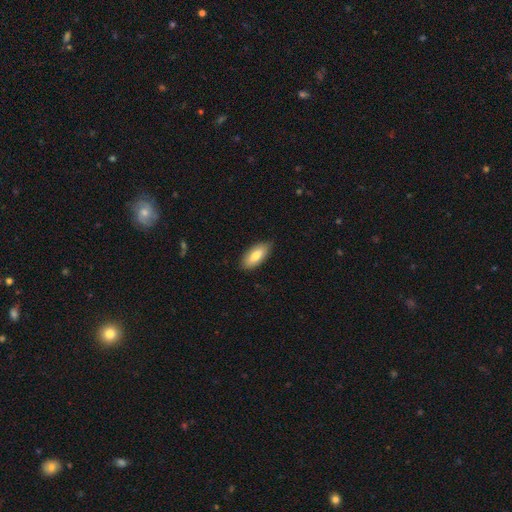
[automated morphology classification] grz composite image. It shows a smooth galaxy with no disk features (77%) that is in between round and cigar-shaped (87%). Merging: none (83%).